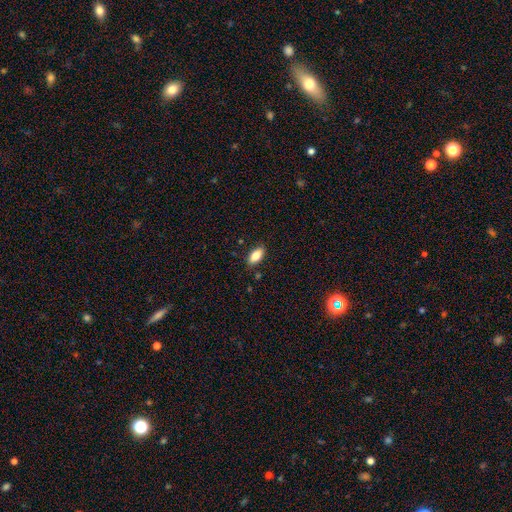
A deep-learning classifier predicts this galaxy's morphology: This appears to be a smooth galaxy with no disk features (82%) that is in between round and cigar-shaped (88%). Merging: none (85%).